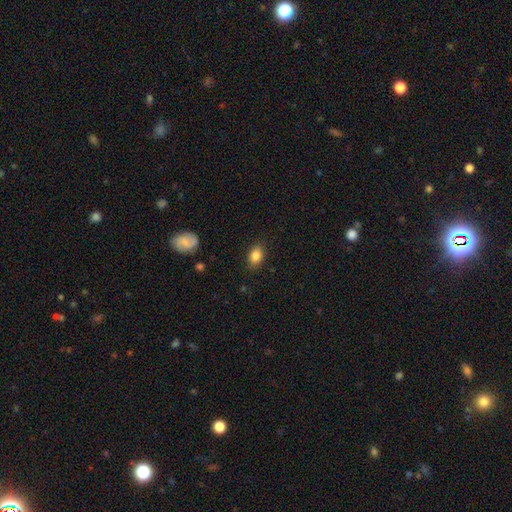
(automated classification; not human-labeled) Smooth or featured?
  - smooth: 84% *
  - star or artifact: 9%
  - featured or disk: 7%
How rounded?
  - in between: 81% *
  - round: 17%
  - cigar-shaped: 2%
Merging?
  - none: 85% *
  - minor disturbance: 11%
  - major disturbance: 3%
  - merger: 1%